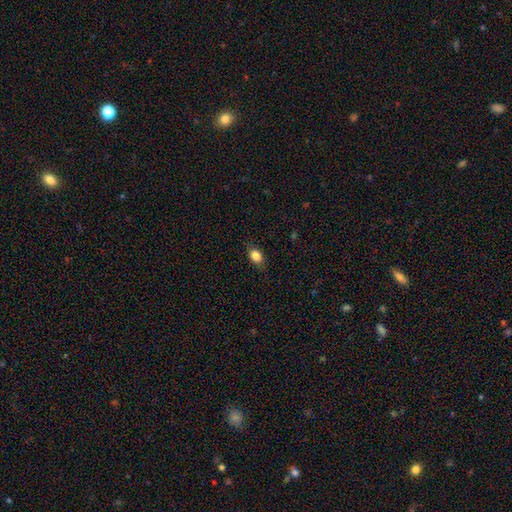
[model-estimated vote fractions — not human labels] This is clearly a smooth galaxy (85%). How rounded: likely in between (74%). Merging: clearly none (83%).